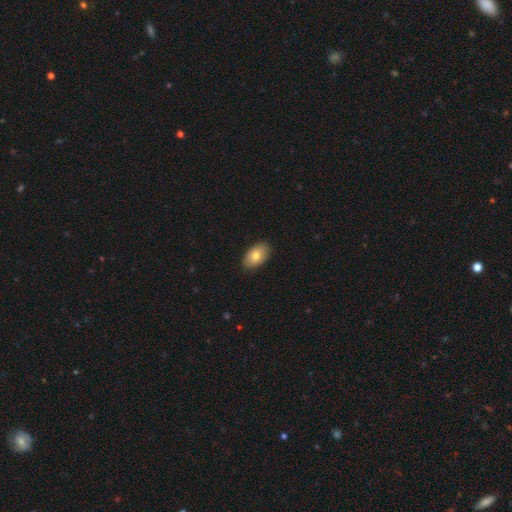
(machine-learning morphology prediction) Smooth or featured?
  - smooth: 78% *
  - featured or disk: 15%
  - star or artifact: 7%
How rounded?
  - in between: 93% *
  - round: 6%
  - cigar-shaped: 1%
Merging?
  - none: 86% *
  - minor disturbance: 11%
  - major disturbance: 2%
  - merger: 1%